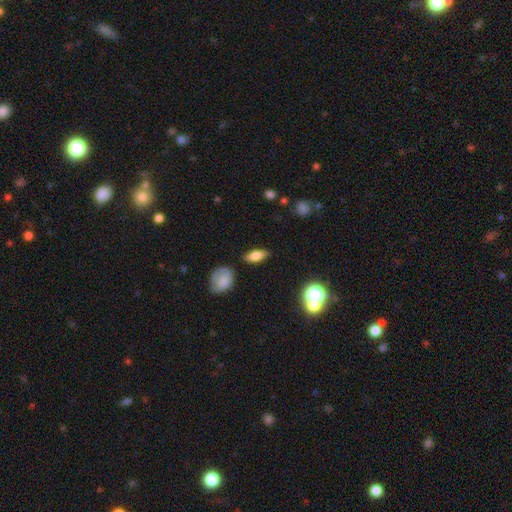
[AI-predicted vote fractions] Morphology: type=smooth (68%); roundness=in between (73%); merging=none (83%).